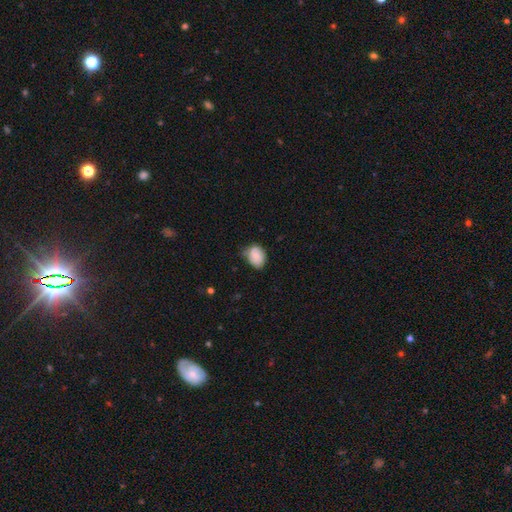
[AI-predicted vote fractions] A smooth galaxy with no disk features (83%) that is in between round and cigar-shaped (68%). Merging: none (54%).